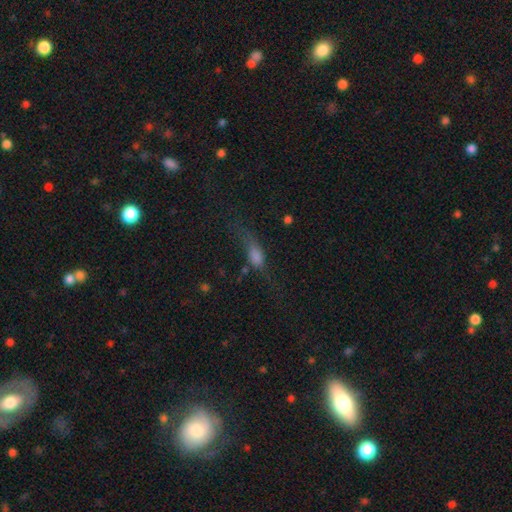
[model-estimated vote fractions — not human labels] This appears to be a smooth galaxy with no disk features (58%) that is in between round and cigar-shaped (55%). Merging: none (37%).